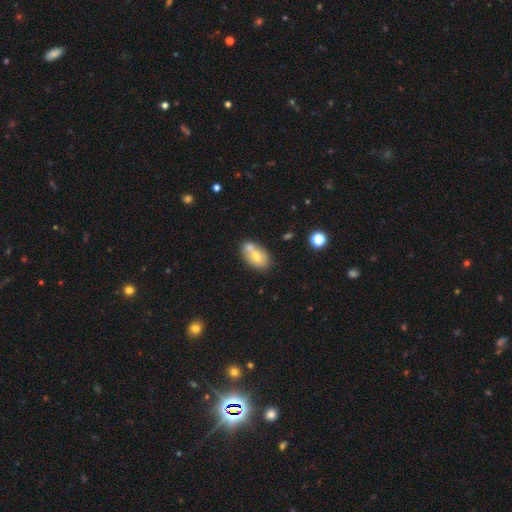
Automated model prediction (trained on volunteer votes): A smooth galaxy with no disk features (63%) that is in between round and cigar-shaped (88%). Merging: none (43%).